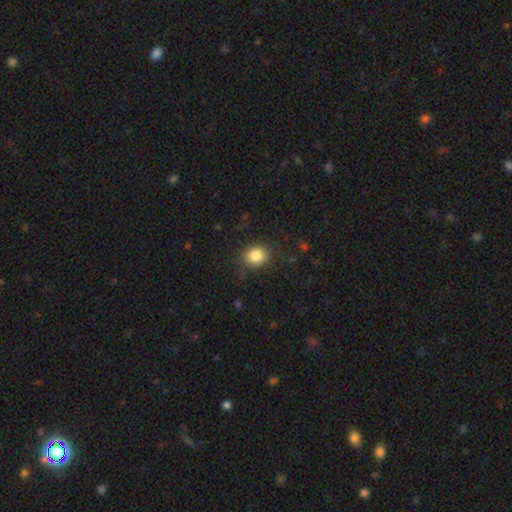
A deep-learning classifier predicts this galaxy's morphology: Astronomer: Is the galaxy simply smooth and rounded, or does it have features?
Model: smooth — 84%.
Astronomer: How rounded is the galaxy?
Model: round — 71%.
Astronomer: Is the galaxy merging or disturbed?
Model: none — 83%.